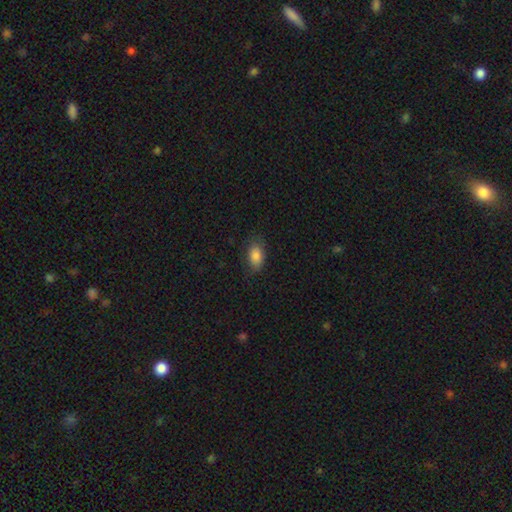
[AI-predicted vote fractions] Q: Smooth or featured?
A: smooth (85%); runner-up: star or artifact (8%)
Q: How rounded?
A: in between (89%); runner-up: round (9%)
Q: Merging?
A: none (77%); runner-up: minor disturbance (18%)